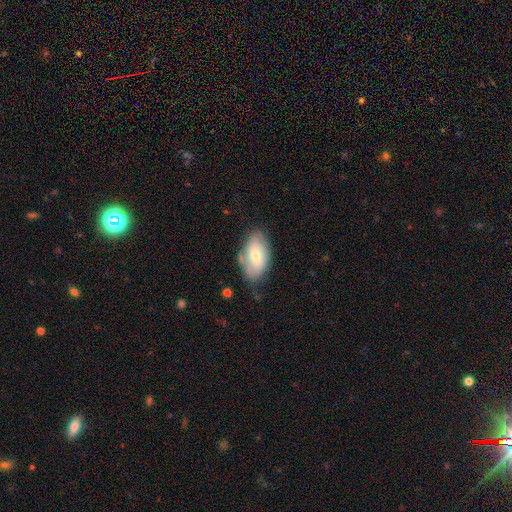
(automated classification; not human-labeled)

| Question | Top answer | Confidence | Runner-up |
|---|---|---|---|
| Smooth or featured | smooth | 61% | featured or disk (33%) |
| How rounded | in between | 93% | round (5%) |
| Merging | none | 66% | minor disturbance (24%) |